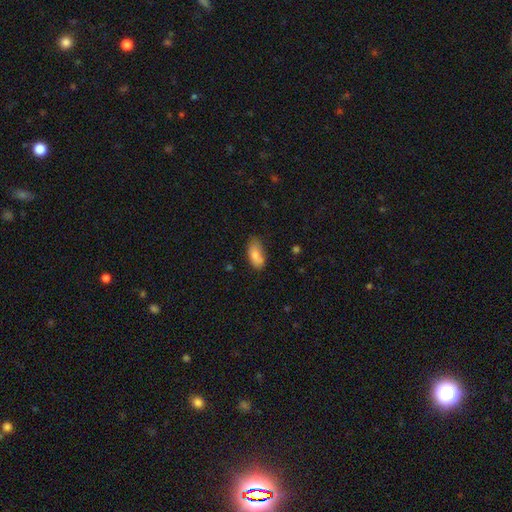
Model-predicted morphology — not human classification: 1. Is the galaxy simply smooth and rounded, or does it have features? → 82% smooth, 10% featured or disk, 8% star or artifact.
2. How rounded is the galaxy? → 89% in between, 7% cigar-shaped, 3% round.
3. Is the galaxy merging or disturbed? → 57% none, 31% minor disturbance, 7% major disturbance, 5% merger.